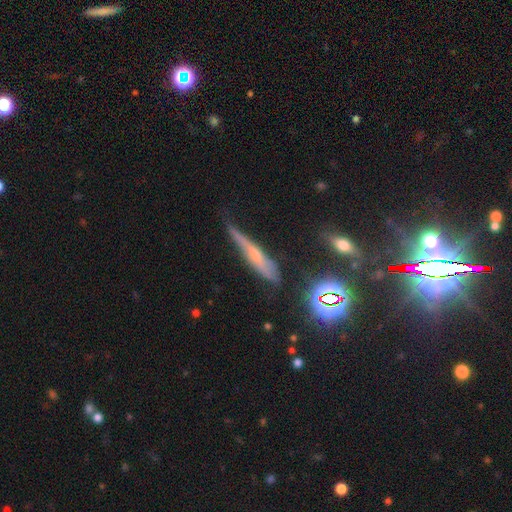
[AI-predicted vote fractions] A featured or disk galaxy (46%). Merging: none (55%).